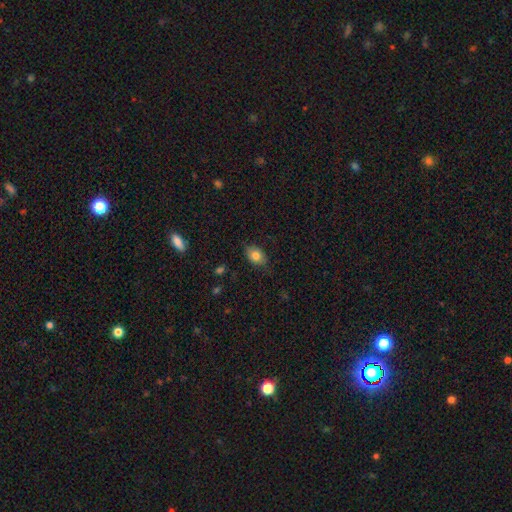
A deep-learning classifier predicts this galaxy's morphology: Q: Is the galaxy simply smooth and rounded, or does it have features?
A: smooth — 79%.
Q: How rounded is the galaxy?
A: in between — 80%.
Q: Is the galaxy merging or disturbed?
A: none — 77%.